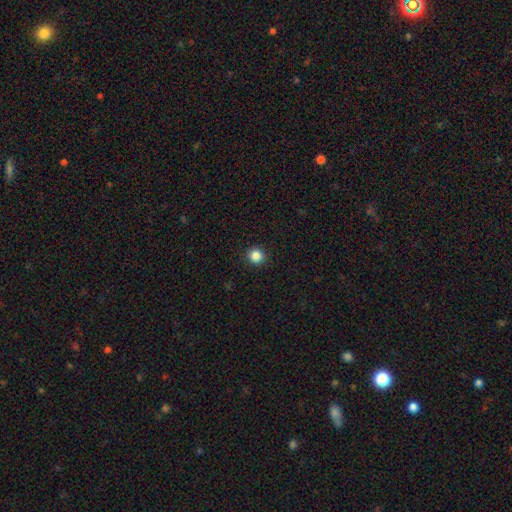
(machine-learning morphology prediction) type=smooth (85%); roundness=round (94%); merging=none (93%).